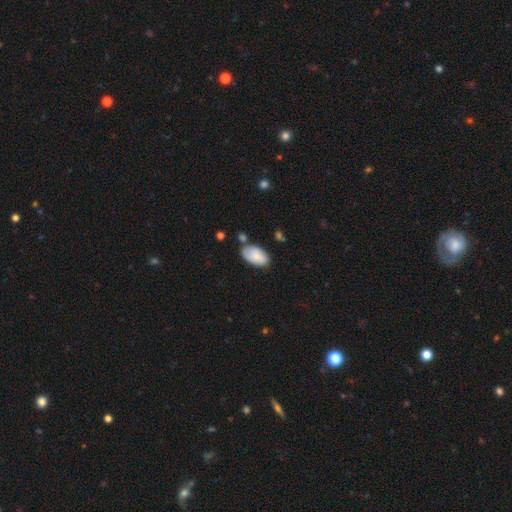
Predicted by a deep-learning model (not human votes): Smooth or featured? Predicted: smooth (p=0.81). How rounded? Predicted: in between (p=0.95). Merging? Predicted: none (p=0.67).